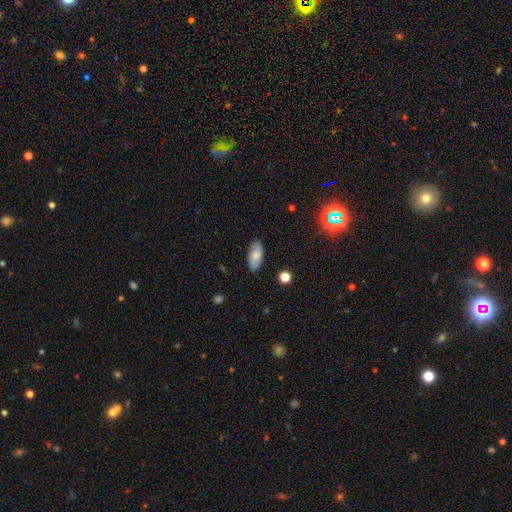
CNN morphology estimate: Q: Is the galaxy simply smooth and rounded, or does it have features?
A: smooth — 74%.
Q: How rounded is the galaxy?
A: in between — 91%.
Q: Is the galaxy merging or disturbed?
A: none — 84%.